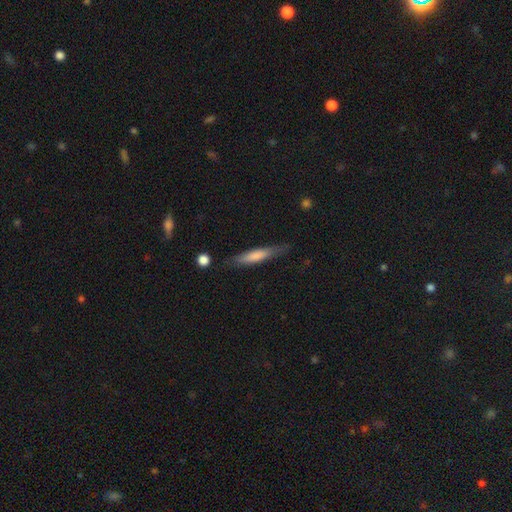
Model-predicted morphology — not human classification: A smooth galaxy with no disk features (68%) that is cigar-shaped (86%).

Vote fractions:
- Smooth or featured? smooth: 68% / featured or disk: 26% / star or artifact: 6%
- How rounded? cigar-shaped: 86% / in between: 12% / round: 1%
- Merging? none: 76% / minor disturbance: 18% / major disturbance: 4% / merger: 2%